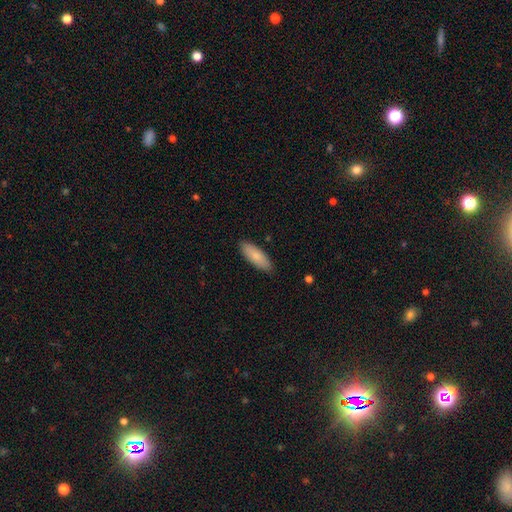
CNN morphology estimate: smooth 84%, featured or disk 10%, star or artifact 6%. Down the decision tree: how rounded — in between (66%); merging — none (87%).